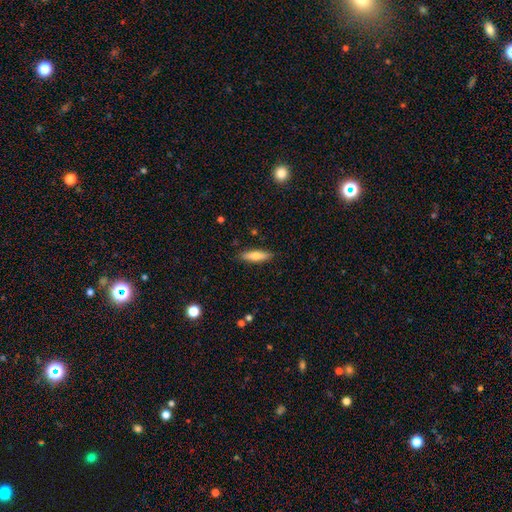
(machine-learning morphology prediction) smooth-or-featured: smooth: 73% | featured or disk: 20% | star or artifact: 6%
  how-rounded: cigar-shaped: 63% | in between: 35% | round: 2%
  merging: none: 88% | minor disturbance: 9% | major disturbance: 2% | merger: 1%